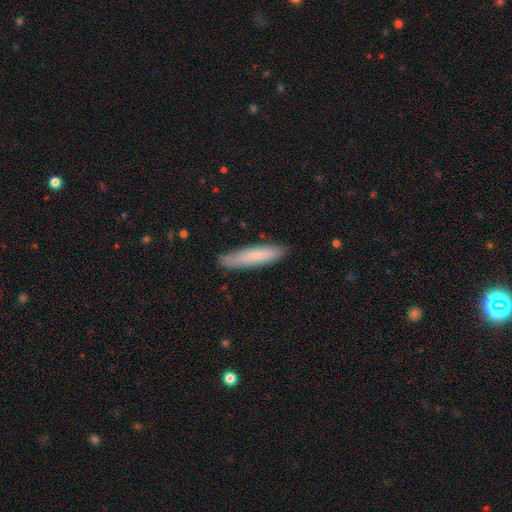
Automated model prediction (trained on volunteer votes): Smooth or featured?
  - smooth: 75% *
  - featured or disk: 19%
  - star or artifact: 6%
How rounded?
  - cigar-shaped: 81% *
  - in between: 18%
  - round: 1%
Merging?
  - none: 84% *
  - minor disturbance: 12%
  - major disturbance: 2%
  - merger: 1%